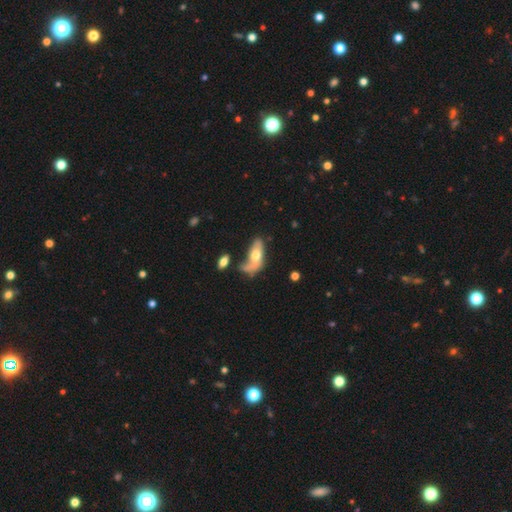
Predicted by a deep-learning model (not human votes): Smooth or featured?
  - smooth: 56% *
  - featured or disk: 37%
  - star or artifact: 7%
How rounded?
  - in between: 83% *
  - cigar-shaped: 12%
  - round: 5%
Merging?
  - major disturbance: 30% *
  - none: 24%
  - merger: 24%
  - minor disturbance: 21%